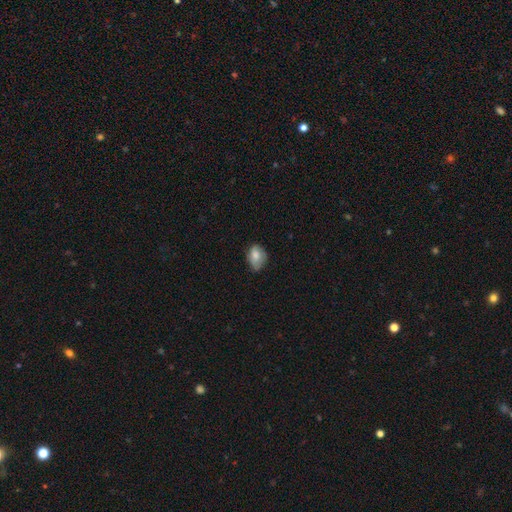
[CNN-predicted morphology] smooth_or_featured: smooth (p=0.74) [alt: featured or disk p=0.18]
how_rounded: in between (p=0.71) [alt: round p=0.28]
merging: none (p=0.49) [alt: minor disturbance p=0.38]